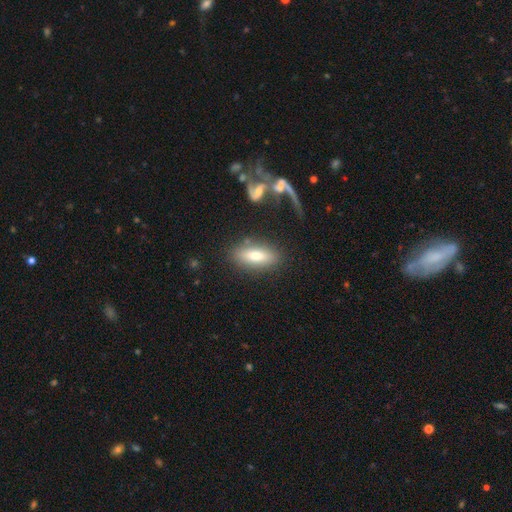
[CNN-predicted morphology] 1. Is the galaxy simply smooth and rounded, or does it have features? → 70% smooth, 23% featured or disk, 7% star or artifact.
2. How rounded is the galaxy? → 71% in between, 27% cigar-shaped, 3% round.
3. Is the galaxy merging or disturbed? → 79% none, 12% minor disturbance, 5% merger, 4% major disturbance.